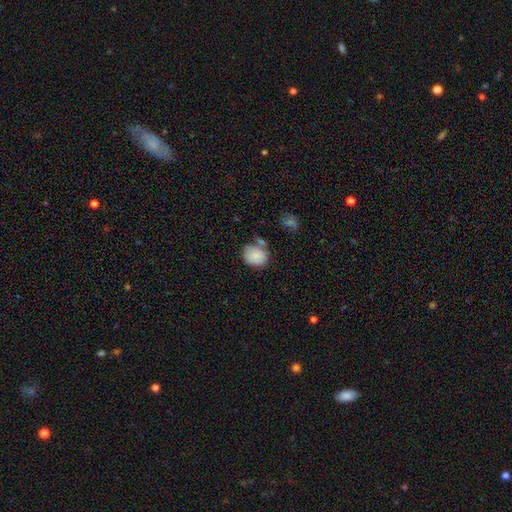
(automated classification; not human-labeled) This is clearly a smooth galaxy (84%). How rounded: likely round (61%). Merging: possibly none (59%).